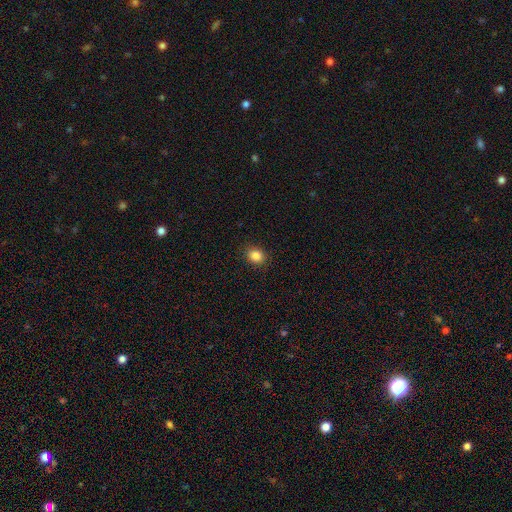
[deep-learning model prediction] This is clearly a smooth galaxy (85%). How rounded: possibly round (59%). Merging: clearly none (89%).